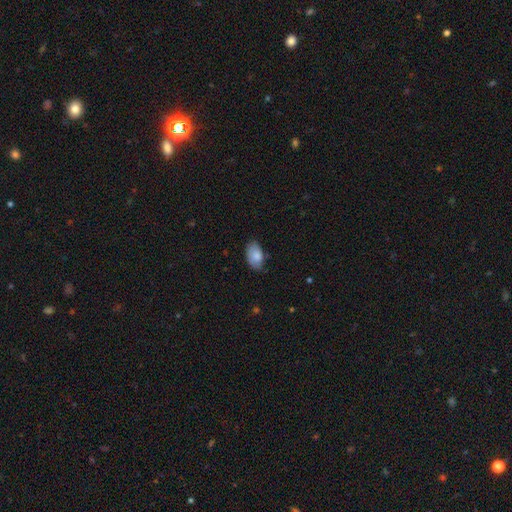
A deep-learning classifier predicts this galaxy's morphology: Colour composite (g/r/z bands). It shows a smooth galaxy with no disk features (81%) that is in between round and cigar-shaped (93%). Merging: none (70%).